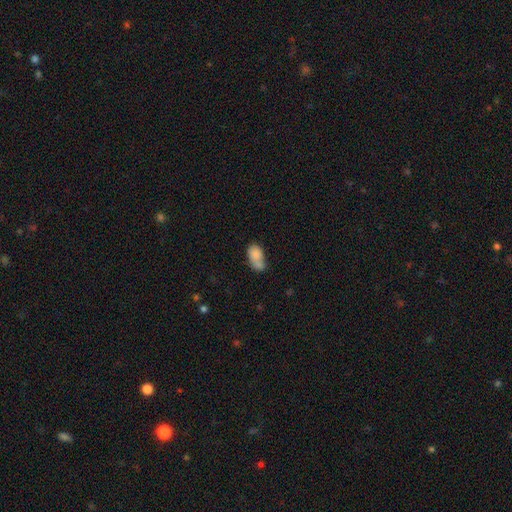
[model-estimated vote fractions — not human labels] Smooth or featured: smooth — 78% (featured or disk — 13%)
How rounded: in between — 83% (round — 14%)
Merging: merger — 50% (none — 27%)